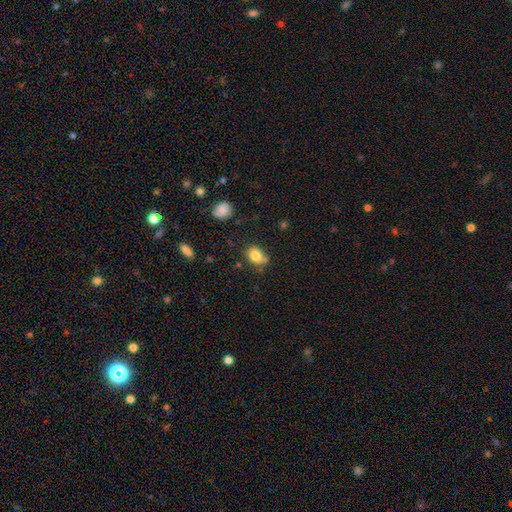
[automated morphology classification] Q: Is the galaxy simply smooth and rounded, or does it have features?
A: smooth — 82%.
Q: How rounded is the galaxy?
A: in between — 61%.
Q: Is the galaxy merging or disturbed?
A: none — 60%.